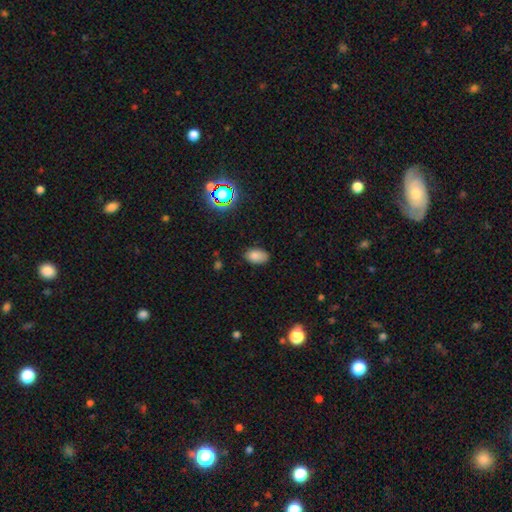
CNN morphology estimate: smooth_or_featured: smooth (p=0.81) [alt: star or artifact p=0.13]
how_rounded: in between (p=0.91) [alt: round p=0.08]
merging: none (p=0.79) [alt: minor disturbance p=0.16]